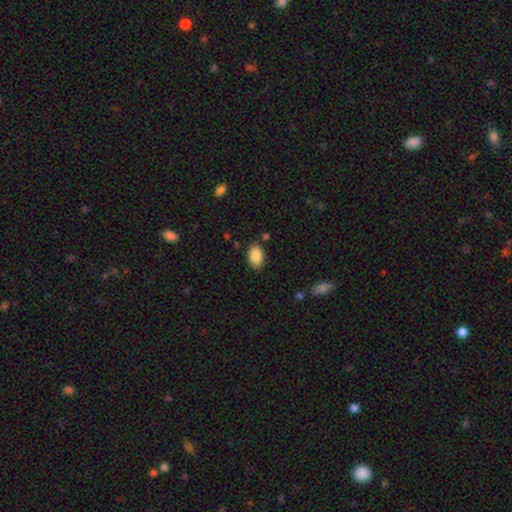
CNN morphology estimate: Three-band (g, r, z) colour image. It shows a smooth galaxy with no disk features (88%) that is in between round and cigar-shaped (90%). Merging: none (84%).